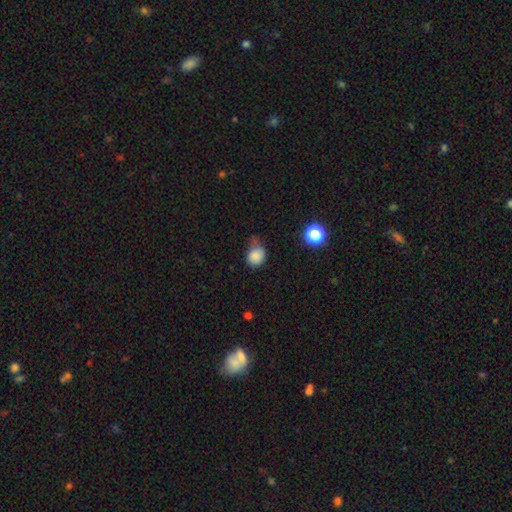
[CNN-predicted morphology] Smooth or featured? Predicted: smooth (p=0.83). How rounded? Predicted: round (p=0.64). Merging? Predicted: minor disturbance (p=0.43).